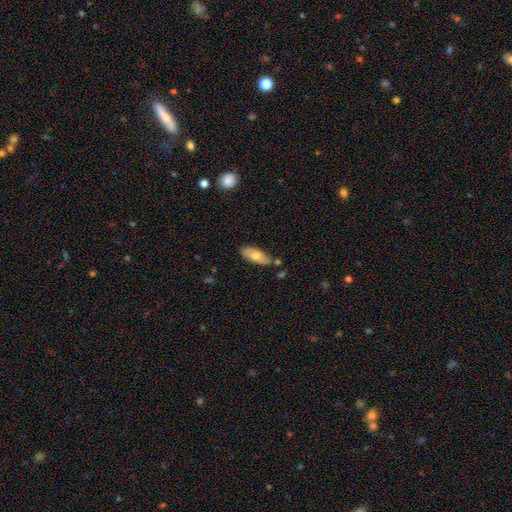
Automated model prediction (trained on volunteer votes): This appears to be a smooth galaxy with no disk features (68%) that is in between round and cigar-shaped (79%). Merging: none (73%).